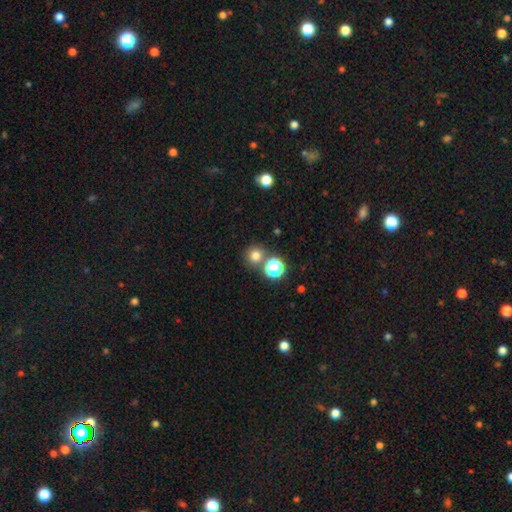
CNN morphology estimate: type=smooth (75%); roundness=round (91%); merging=none (75%).